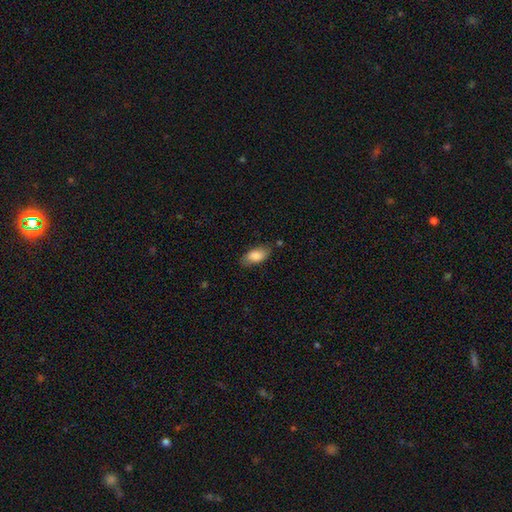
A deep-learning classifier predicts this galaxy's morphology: type=smooth (84%); roundness=in between (90%); merging=none (75%).